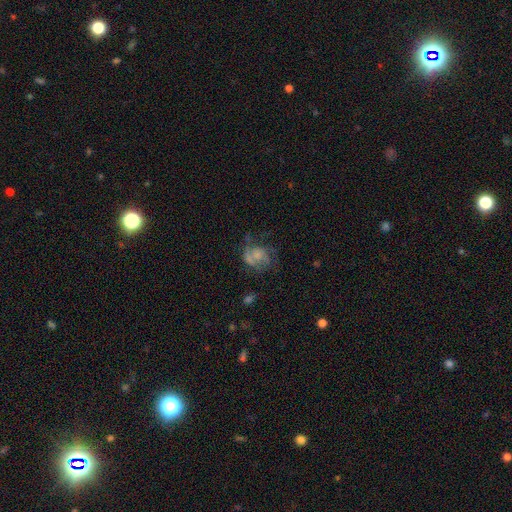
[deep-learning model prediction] The model was most divided on "merging": none: 38%, major disturbance: 31%, minor disturbance: 22%, merger: 9%. Remaining: smooth or featured — featured or disk (50%).